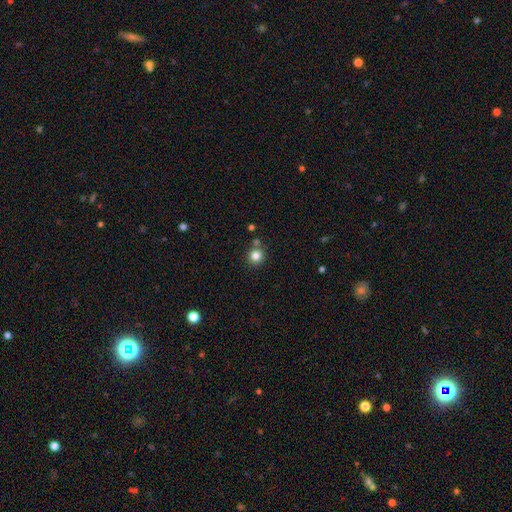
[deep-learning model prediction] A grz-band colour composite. It shows a smooth galaxy with no disk features (82%) that is round (93%). Merging: none (80%).